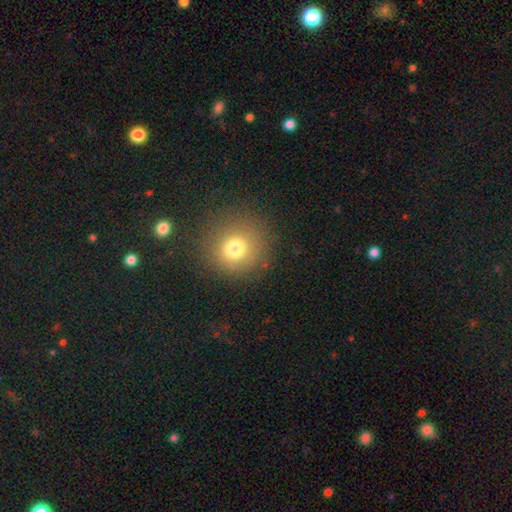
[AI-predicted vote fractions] A smooth galaxy with no disk features (72%) that is round (93%). Merging: none (87%).